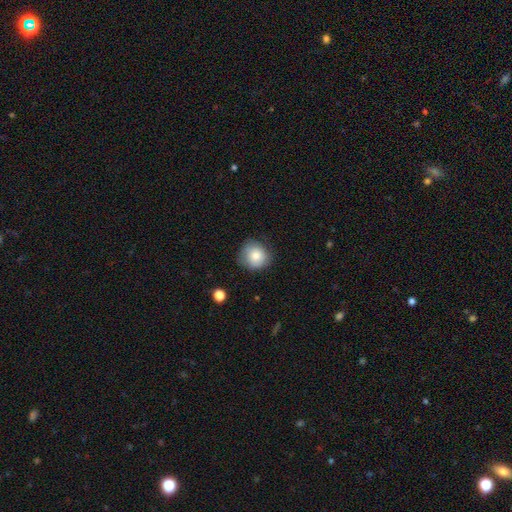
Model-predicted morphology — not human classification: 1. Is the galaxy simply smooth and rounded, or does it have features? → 78% smooth, 13% featured or disk, 9% star or artifact.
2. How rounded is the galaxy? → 87% round, 12% in between, 1% cigar-shaped.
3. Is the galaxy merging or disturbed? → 74% none, 20% minor disturbance, 5% major disturbance, 1% merger.